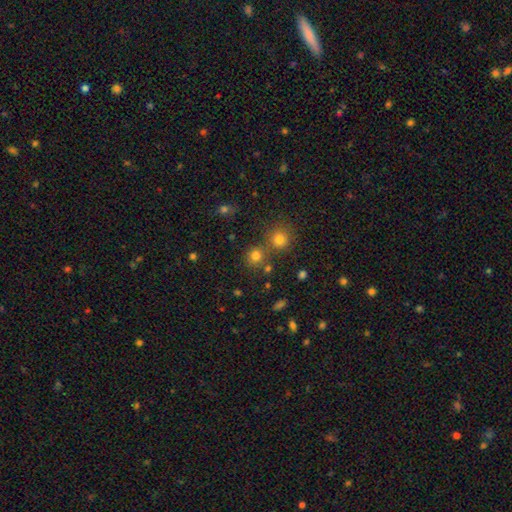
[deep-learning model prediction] Smooth or featured? smooth (76%)
How rounded? round (88%)
Merging? none (68%)